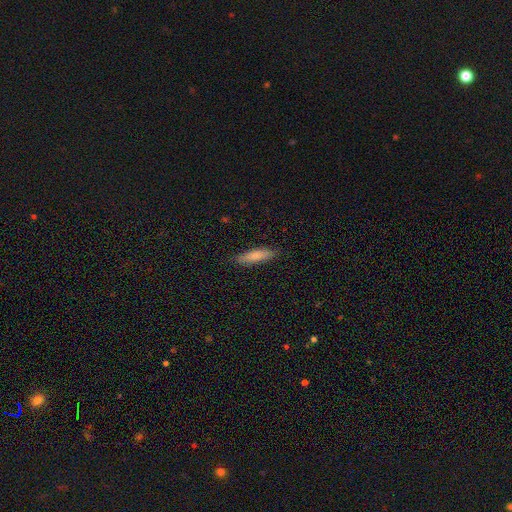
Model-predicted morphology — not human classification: Smooth or featured?
  - smooth: 79% *
  - featured or disk: 15%
  - star or artifact: 6%
How rounded?
  - cigar-shaped: 72% *
  - in between: 26%
  - round: 2%
Merging?
  - none: 86% *
  - minor disturbance: 11%
  - major disturbance: 2%
  - merger: 1%